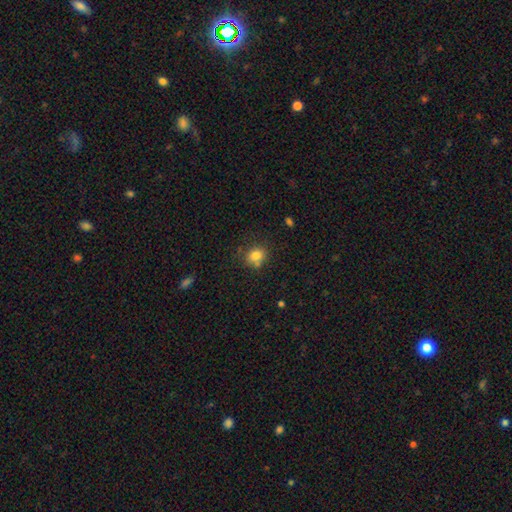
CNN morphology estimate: A smooth galaxy with no disk features (81%) that is round (64%).

Vote fractions:
- Smooth or featured? smooth: 81% / star or artifact: 11% / featured or disk: 8%
- How rounded? round: 64% / in between: 35% / cigar-shaped: 1%
- Merging? none: 67% / minor disturbance: 17% / merger: 11% / major disturbance: 5%